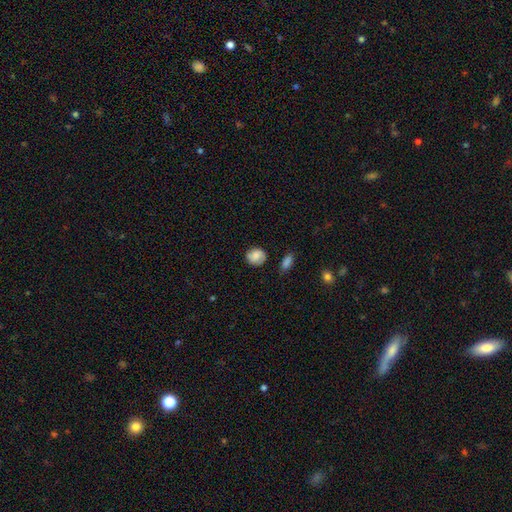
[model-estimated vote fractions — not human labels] smooth 74%, featured or disk 17%, star or artifact 8%. Down the decision tree: how rounded — round (74%); merging — none (75%).